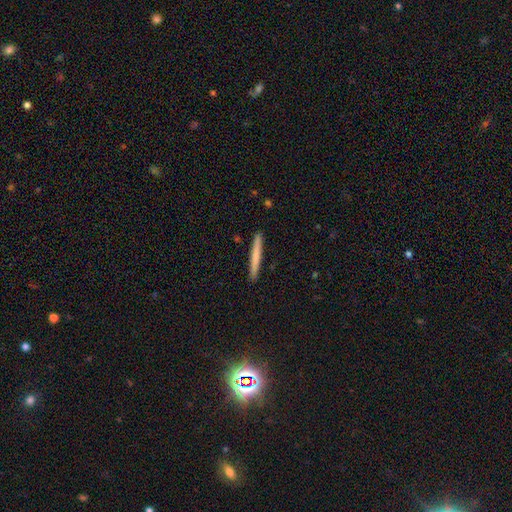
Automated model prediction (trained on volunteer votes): Morphology: type=smooth (69%); roundness=cigar-shaped (97%); merging=none (92%).